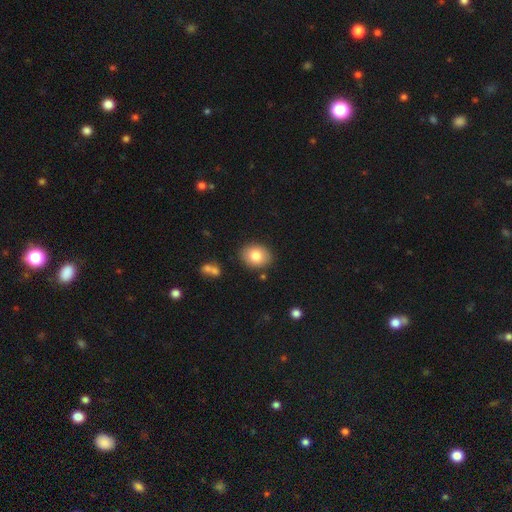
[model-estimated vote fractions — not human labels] Smooth or featured? smooth (81%)
How rounded? in between (52%)
Merging? none (86%)